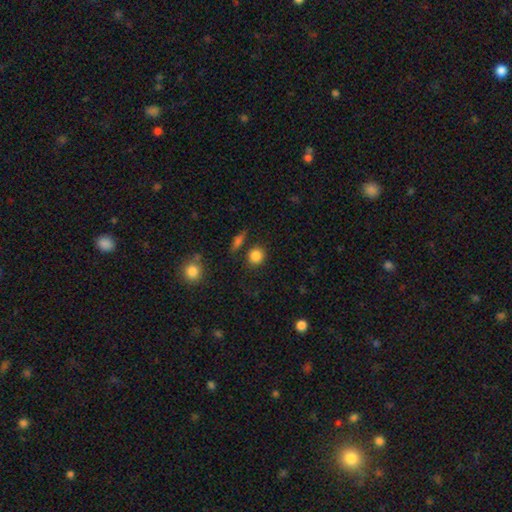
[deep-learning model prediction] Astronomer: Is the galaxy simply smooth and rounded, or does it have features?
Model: smooth — 85%.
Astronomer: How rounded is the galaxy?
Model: round — 83%.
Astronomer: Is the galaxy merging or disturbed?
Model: none — 80%.